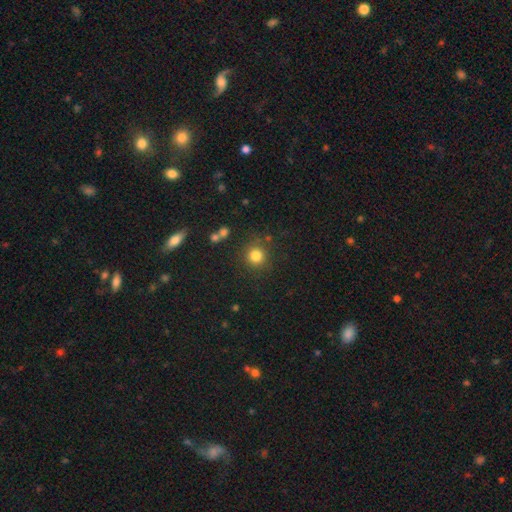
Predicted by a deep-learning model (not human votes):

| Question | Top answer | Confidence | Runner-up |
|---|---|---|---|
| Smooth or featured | smooth | 81% | star or artifact (13%) |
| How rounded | round | 93% | in between (7%) |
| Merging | none | 84% | minor disturbance (8%) |